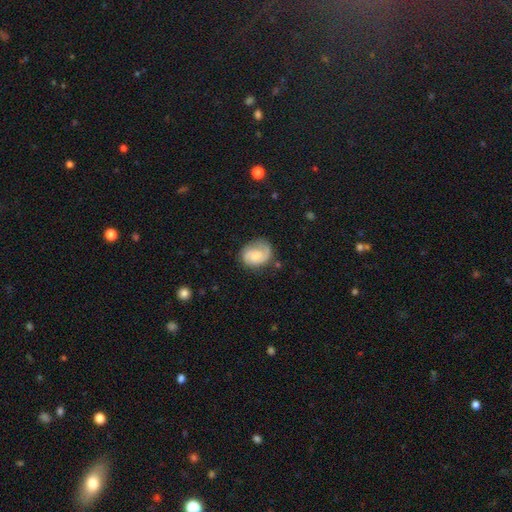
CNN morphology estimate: This is possibly a featured or disk galaxy (57%). It is clearly not viewed edge-on (98%). Bar: likely no (64%). Spiral arm pattern: clearly yes (90%). Spiral arm count: likely 2 (64%). Spiral winding: marginally medium (42%). Central bulge: marginally small (42%). Merging: likely none (64%).